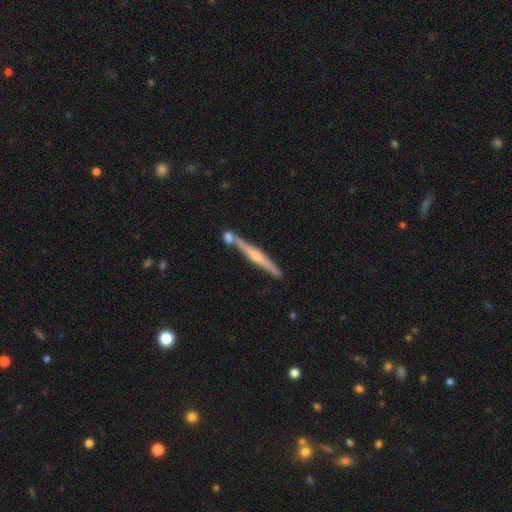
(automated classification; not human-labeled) This is likely a featured or disk galaxy (72%). It is clearly viewed edge-on (96%). Edge-on bulge: clearly rounded (80%). Merging: likely none (78%).